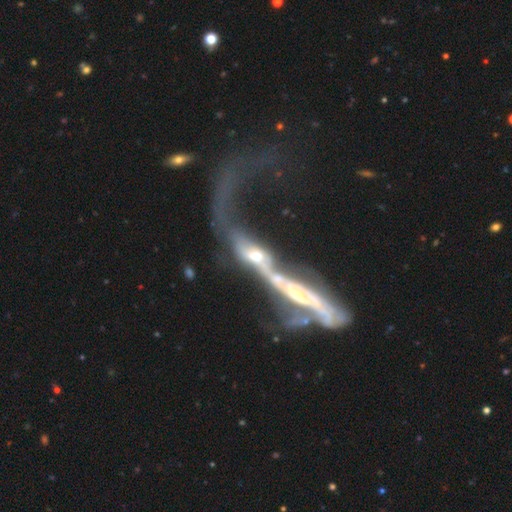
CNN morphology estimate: Smooth or featured: featured or disk — 65% (smooth — 25%)
Edge-on disk: no — 69% (yes — 31%)
Merging: merger — 79% (major disturbance — 11%)